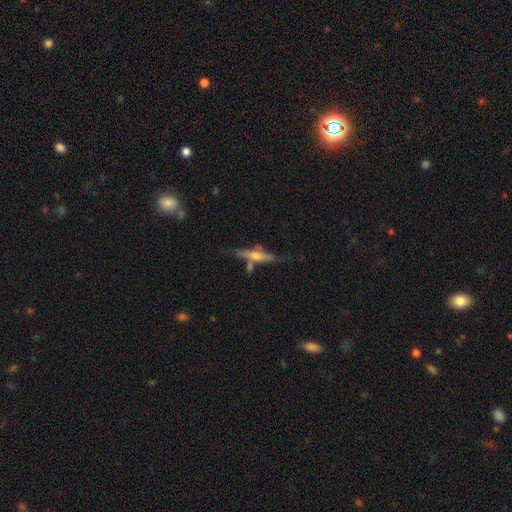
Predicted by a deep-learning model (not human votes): A featured or disk galaxy (54%) viewed edge-on (91%). Merging: none (62%).